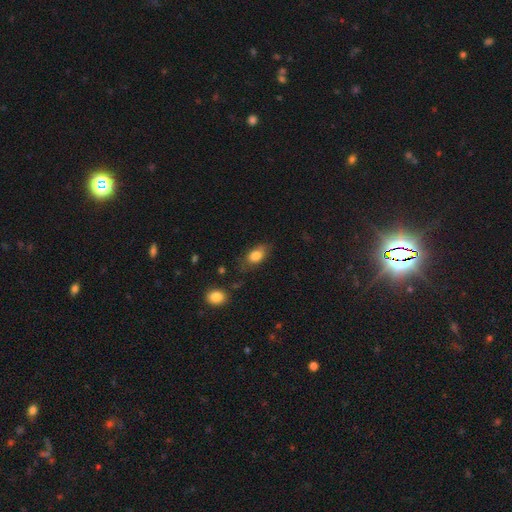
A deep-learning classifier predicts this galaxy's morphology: type=smooth (80%); roundness=in between (83%); merging=none (67%).